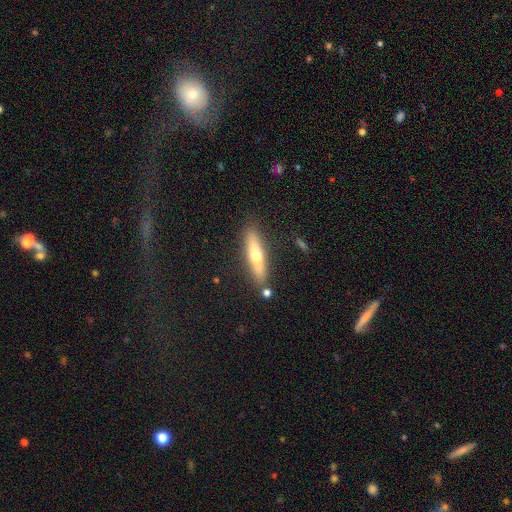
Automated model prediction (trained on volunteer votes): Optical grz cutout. It shows a smooth galaxy with no disk features (48%). Merging: none (82%).